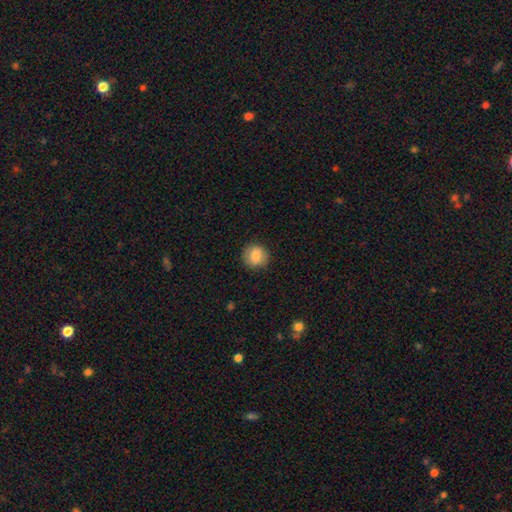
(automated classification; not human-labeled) smooth 83%, featured or disk 9%, star or artifact 8%. Down the decision tree: how rounded — round (86%); merging — none (88%).